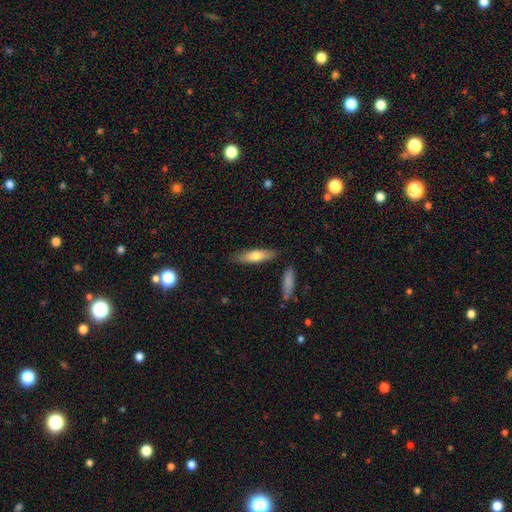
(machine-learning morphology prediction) A smooth galaxy with no disk features (65%) that is cigar-shaped (66%).

Vote fractions:
- Smooth or featured? smooth: 65% / featured or disk: 29% / star or artifact: 6%
- How rounded? cigar-shaped: 66% / in between: 32% / round: 2%
- Merging? none: 83% / minor disturbance: 11% / merger: 4% / major disturbance: 2%